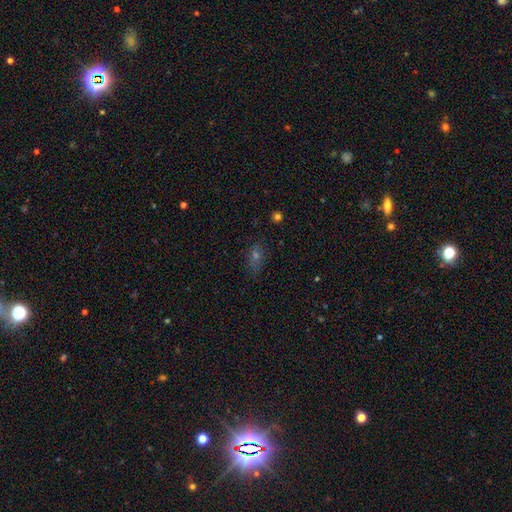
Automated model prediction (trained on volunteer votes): smooth 47%, star or artifact 31%, featured or disk 23%. Down the decision tree: merging — none (77%).